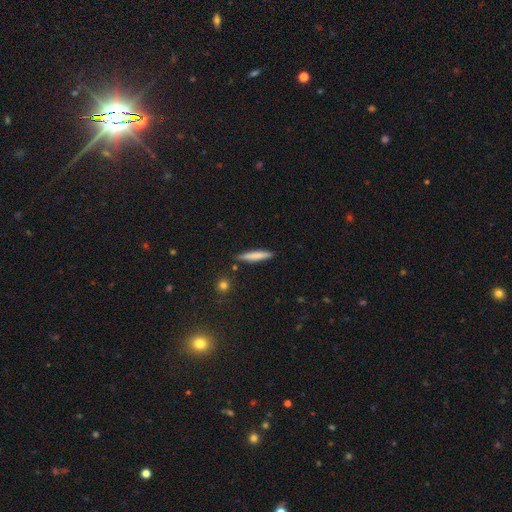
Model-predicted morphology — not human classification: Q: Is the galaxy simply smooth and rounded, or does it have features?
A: smooth — 71%.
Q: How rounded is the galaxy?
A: cigar-shaped — 93%.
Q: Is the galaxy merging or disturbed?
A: none — 87%.